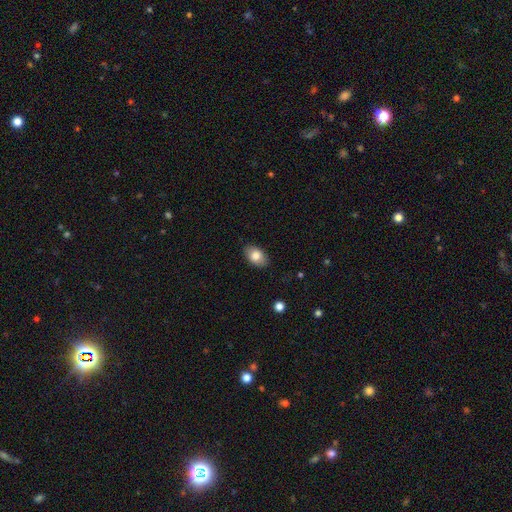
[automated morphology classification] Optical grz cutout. It shows a smooth galaxy with no disk features (81%) that is in between round and cigar-shaped (88%). Merging: none (86%).